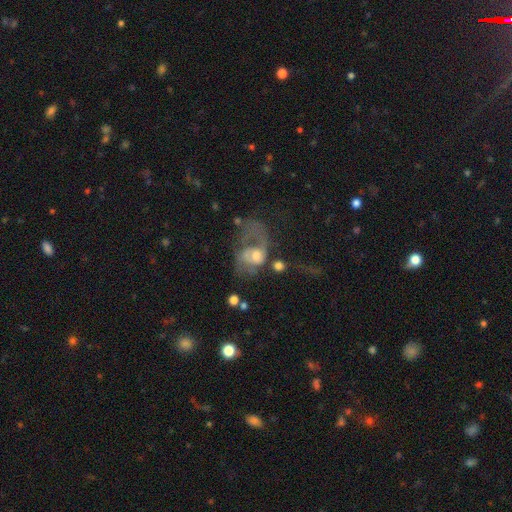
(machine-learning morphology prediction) This is possibly a featured or disk galaxy (57%). It is clearly not viewed edge-on (97%). Bar: likely no (77%). Spiral arm pattern: possibly yes (55%). Central bulge: possibly moderate (55%). Merging: possibly major disturbance (54%).